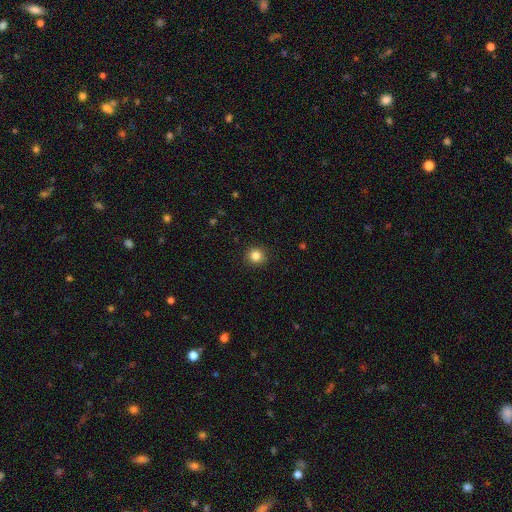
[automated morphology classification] The model was most divided on "smooth or featured": smooth: 84%, star or artifact: 11%, featured or disk: 4%. More confident: how rounded — round (93%); merging — none (92%).